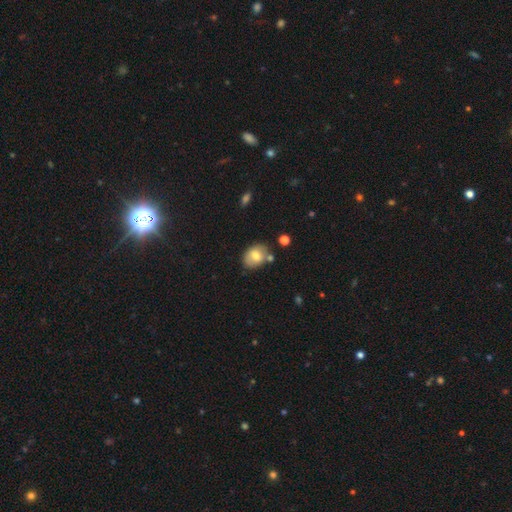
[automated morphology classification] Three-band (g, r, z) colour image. It shows a smooth galaxy with no disk features (72%) that is in between round and cigar-shaped (66%). Merging: none (67%).